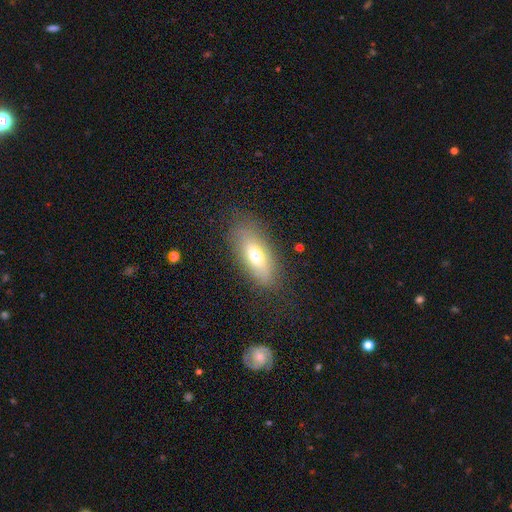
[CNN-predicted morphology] A smooth galaxy with no disk features (66%) that is in between round and cigar-shaped (75%).

Vote fractions:
- Smooth or featured? smooth: 66% / featured or disk: 25% / star or artifact: 10%
- How rounded? in between: 75% / cigar-shaped: 20% / round: 5%
- Merging? none: 80% / minor disturbance: 13% / major disturbance: 6% / merger: 1%